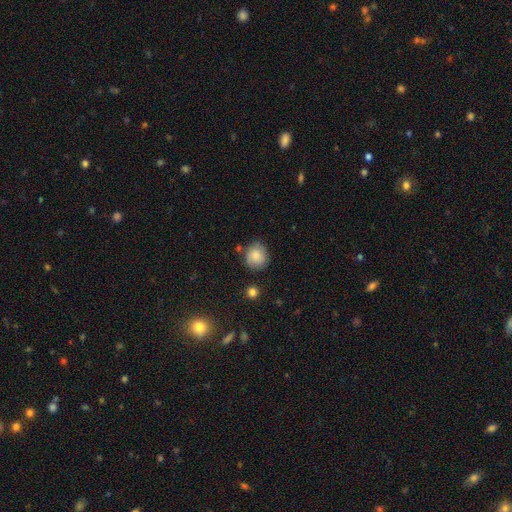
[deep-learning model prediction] This is clearly a smooth galaxy (80%). How rounded: clearly round (83%). Merging: likely none (75%).